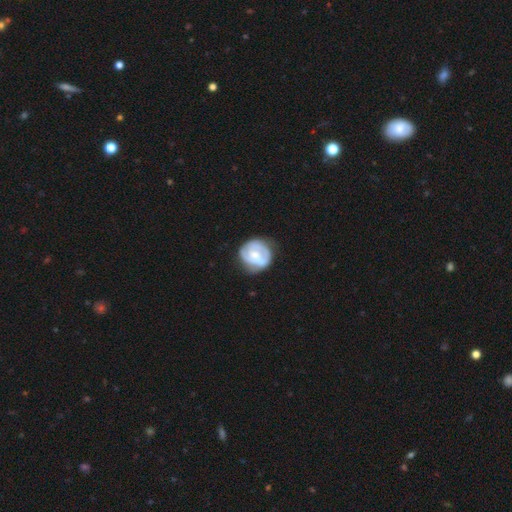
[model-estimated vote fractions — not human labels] featured or disk 64%, smooth 31%, star or artifact 5%. Down the decision tree: edge-on disk — no (98%); bar — no (50%); spiral arms — yes (73%); bulge size — moderate (52%); merging — none (59%).